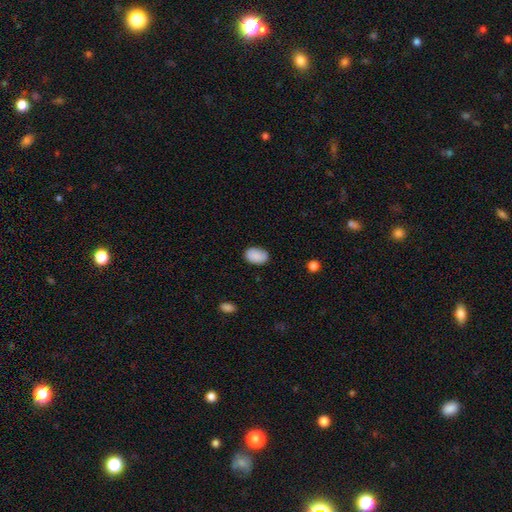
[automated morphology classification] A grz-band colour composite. It shows a smooth galaxy with no disk features (89%) that is in between round and cigar-shaped (86%). Merging: none (85%).